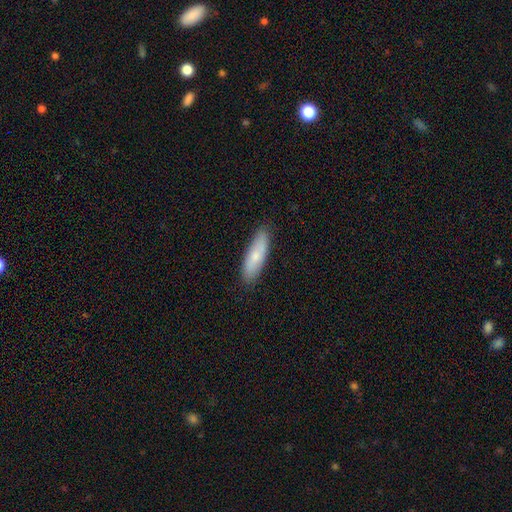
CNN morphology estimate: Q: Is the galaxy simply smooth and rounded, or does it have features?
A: smooth — 72%.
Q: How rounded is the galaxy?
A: cigar-shaped — 56%.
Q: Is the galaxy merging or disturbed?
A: none — 86%.